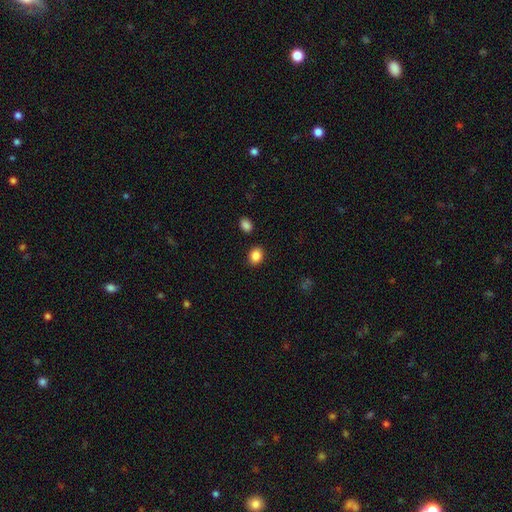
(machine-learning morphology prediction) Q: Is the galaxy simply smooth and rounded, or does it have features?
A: smooth — 87%.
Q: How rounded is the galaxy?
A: in between — 52%.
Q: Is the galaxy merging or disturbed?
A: none — 87%.